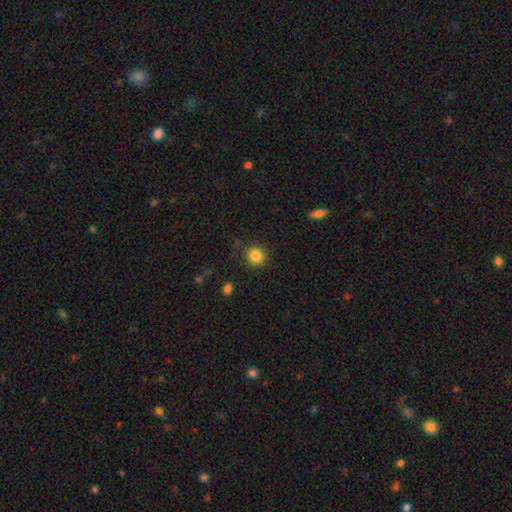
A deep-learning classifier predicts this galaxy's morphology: This appears to be a smooth galaxy with no disk features (84%) that is round (90%). Merging: none (87%).